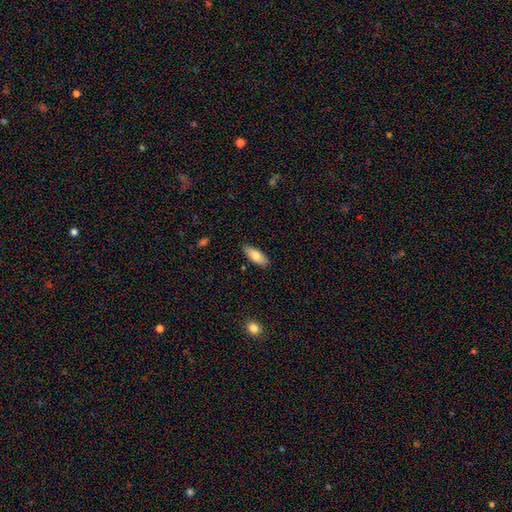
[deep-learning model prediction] smooth 78%, featured or disk 16%, star or artifact 6%. Down the decision tree: how rounded — in between (72%); merging — none (87%).